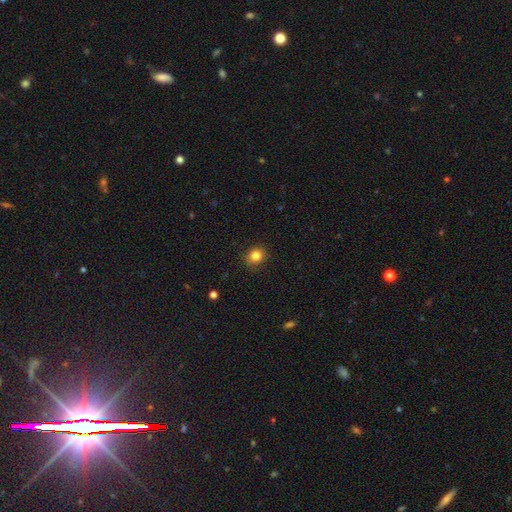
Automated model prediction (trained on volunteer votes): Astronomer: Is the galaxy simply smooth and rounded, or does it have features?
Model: smooth — 83%.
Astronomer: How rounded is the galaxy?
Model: round — 77%.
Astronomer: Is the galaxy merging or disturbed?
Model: none — 88%.